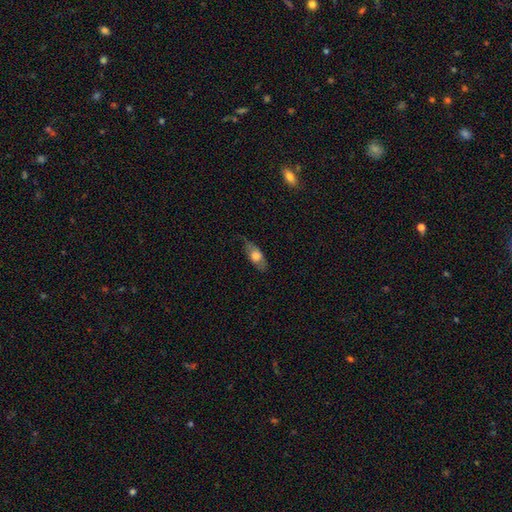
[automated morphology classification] Smooth or featured? Predicted: smooth (p=0.64). How rounded? Predicted: in between (p=0.74). Merging? Predicted: none (p=0.65).